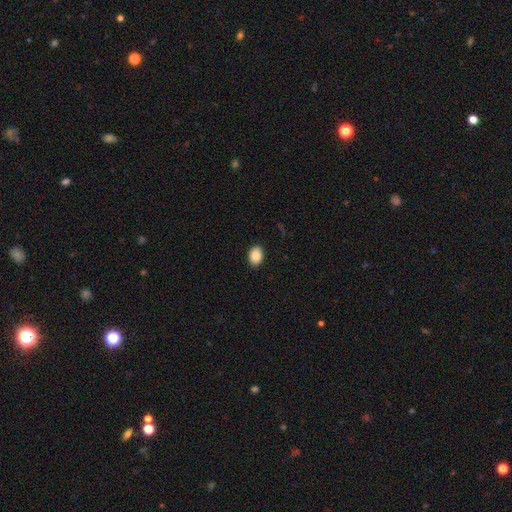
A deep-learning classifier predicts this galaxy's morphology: smooth 87%, star or artifact 8%, featured or disk 5%. Down the decision tree: how rounded — in between (84%); merging — none (90%).